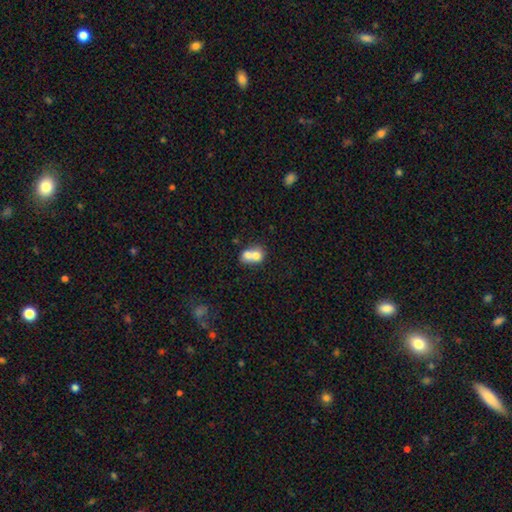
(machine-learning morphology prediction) Q: Smooth or featured?
A: smooth (68%); runner-up: featured or disk (23%)
Q: How rounded?
A: round (57%); runner-up: in between (42%)
Q: Merging?
A: merger (74%); runner-up: none (18%)